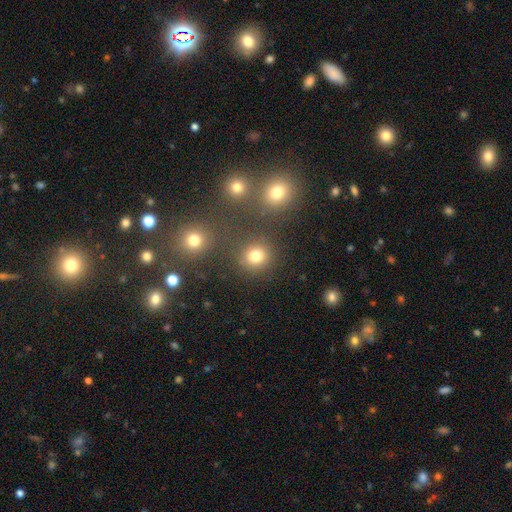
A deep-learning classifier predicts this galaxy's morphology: Overall: smooth (77%). How rounded: round (89%). Merging: none (82%).